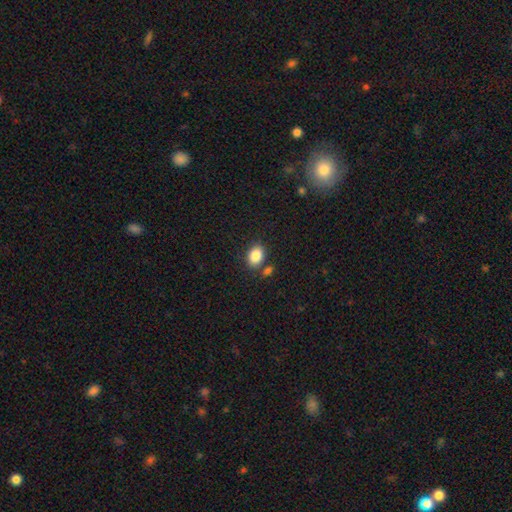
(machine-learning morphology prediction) This is clearly a smooth galaxy (86%). How rounded: likely in between (70%). Merging: likely none (74%).